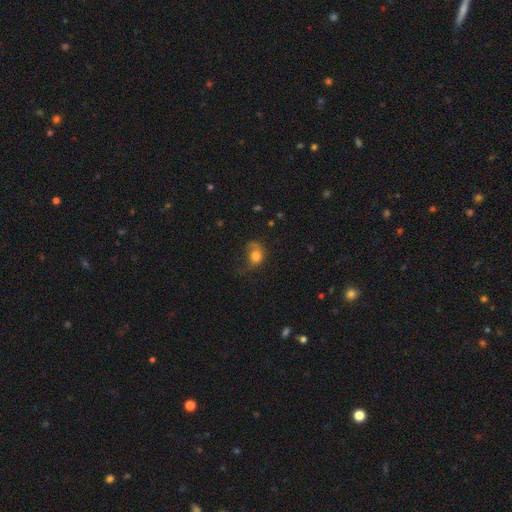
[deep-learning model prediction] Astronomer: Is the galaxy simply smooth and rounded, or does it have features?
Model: smooth — 71%.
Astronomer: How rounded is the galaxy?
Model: in between — 54% (runner-up: round, 44%).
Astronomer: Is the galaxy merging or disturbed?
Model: major disturbance — 40% (runner-up: none, 30%).